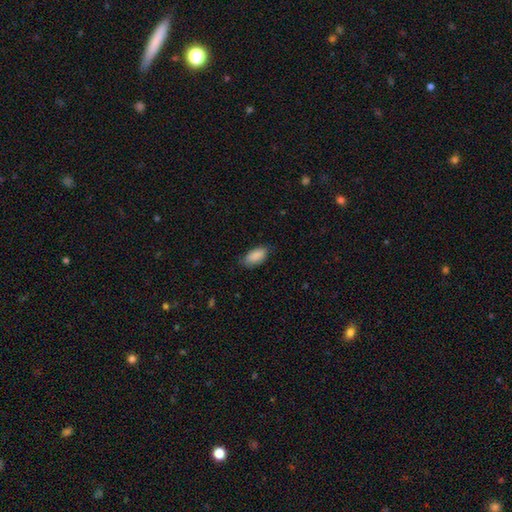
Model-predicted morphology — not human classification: Smooth or featured? smooth (89%)
How rounded? in between (91%)
Merging? none (76%)